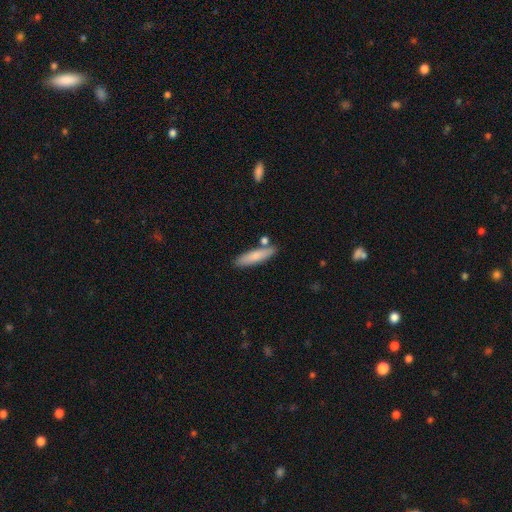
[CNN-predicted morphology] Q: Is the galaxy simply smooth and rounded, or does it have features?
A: smooth — 77%.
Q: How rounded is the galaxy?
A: cigar-shaped — 76%.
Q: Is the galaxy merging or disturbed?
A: none — 78%.